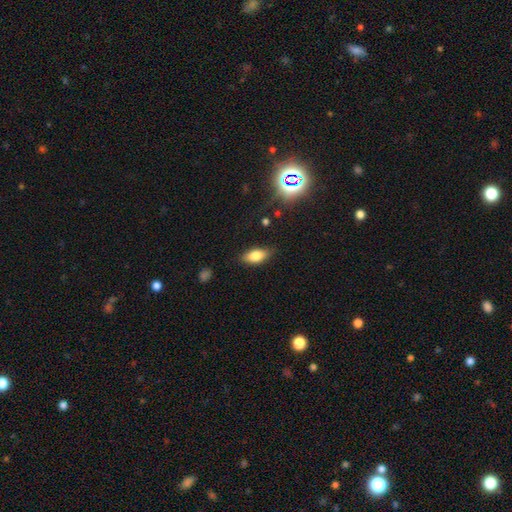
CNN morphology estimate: The model was most divided on "smooth or featured": smooth: 77%, featured or disk: 13%, star or artifact: 9%. More confident: how rounded — in between (86%); merging — none (82%).